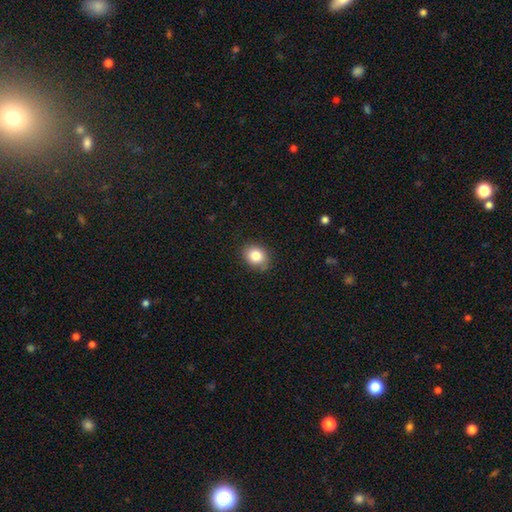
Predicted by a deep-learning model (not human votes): Smooth or featured: smooth — 83% (star or artifact — 9%)
How rounded: round — 52% (in between — 47%)
Merging: none — 83% (minor disturbance — 13%)